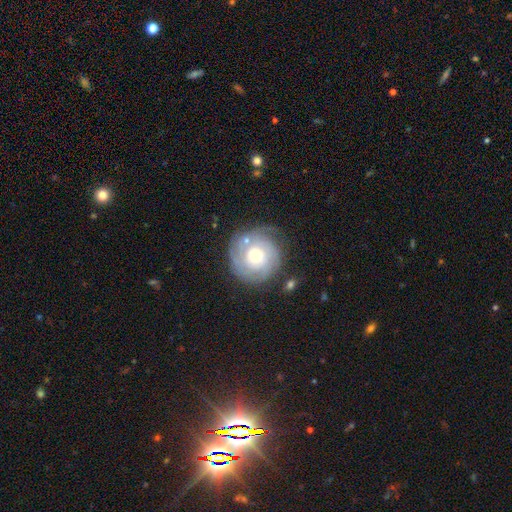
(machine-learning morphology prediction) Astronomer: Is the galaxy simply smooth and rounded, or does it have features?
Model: featured or disk — 69%.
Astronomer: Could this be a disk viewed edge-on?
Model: no — 97%.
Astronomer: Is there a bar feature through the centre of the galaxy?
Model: no — 83%.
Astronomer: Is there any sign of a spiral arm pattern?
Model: yes — 86%.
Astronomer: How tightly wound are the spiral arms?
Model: tight — 77%.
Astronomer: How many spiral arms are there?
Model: can't tell — 40% (runner-up: 2, 28%).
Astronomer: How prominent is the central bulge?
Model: moderate — 55% (runner-up: small, 34%).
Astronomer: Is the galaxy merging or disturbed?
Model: none — 73%.